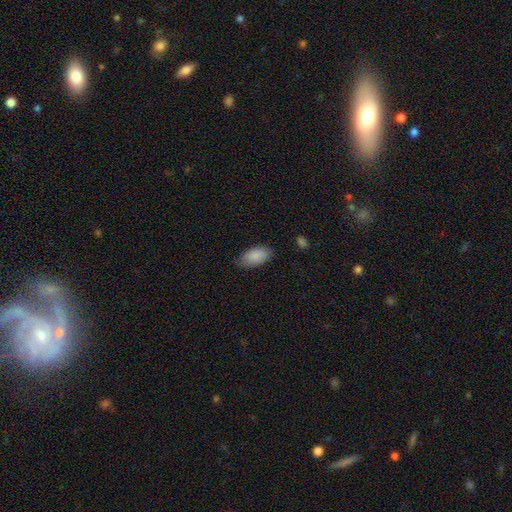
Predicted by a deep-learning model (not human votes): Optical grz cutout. It shows a smooth galaxy with no disk features (88%) that is in between round and cigar-shaped (94%). Merging: none (74%).